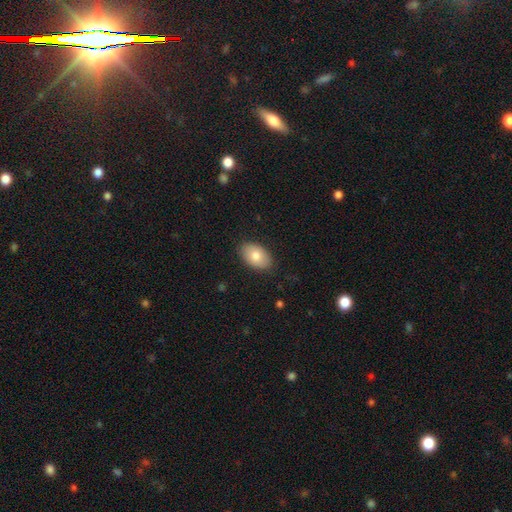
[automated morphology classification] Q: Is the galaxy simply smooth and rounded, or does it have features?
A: smooth — 79%.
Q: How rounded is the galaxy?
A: in between — 91%.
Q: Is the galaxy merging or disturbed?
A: none — 87%.